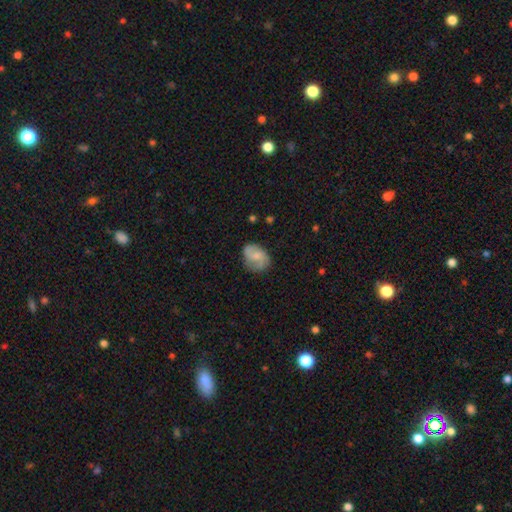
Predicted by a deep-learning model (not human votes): smooth_or_featured: smooth (p=0.50) [alt: featured or disk p=0.42]
how_rounded: in between (p=0.64) [alt: round p=0.35]
merging: none (p=0.63) [alt: minor disturbance p=0.26]